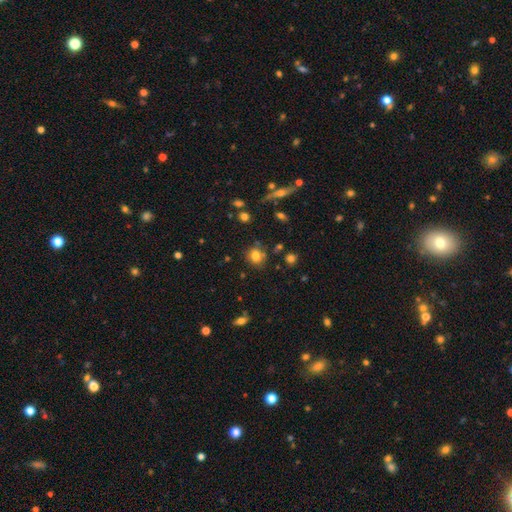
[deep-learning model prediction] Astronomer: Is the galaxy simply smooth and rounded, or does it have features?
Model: smooth — 77%.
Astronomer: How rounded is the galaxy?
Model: round — 77%.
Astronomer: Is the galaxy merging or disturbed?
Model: none — 78%.